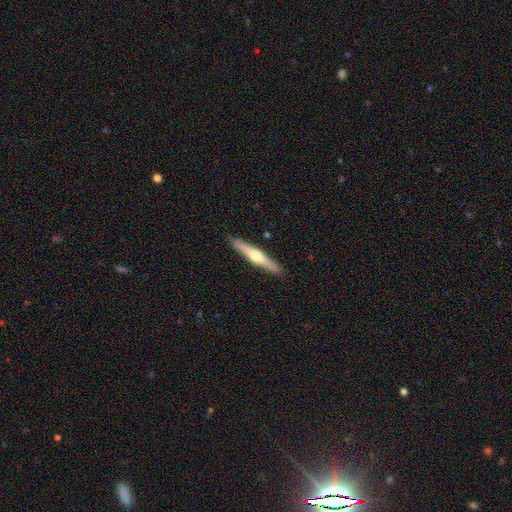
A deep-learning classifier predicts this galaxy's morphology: A featured or disk galaxy (65%) viewed edge-on (97%) with a rounded central bulge (91%). Merging: none (91%).